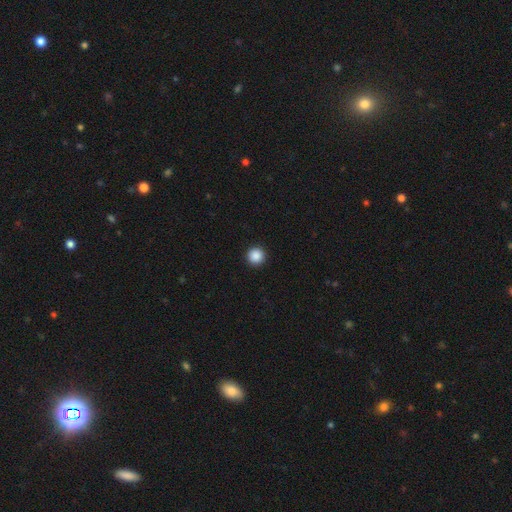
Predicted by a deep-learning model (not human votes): Smooth or featured? smooth (88%)
How rounded? round (97%)
Merging? none (94%)